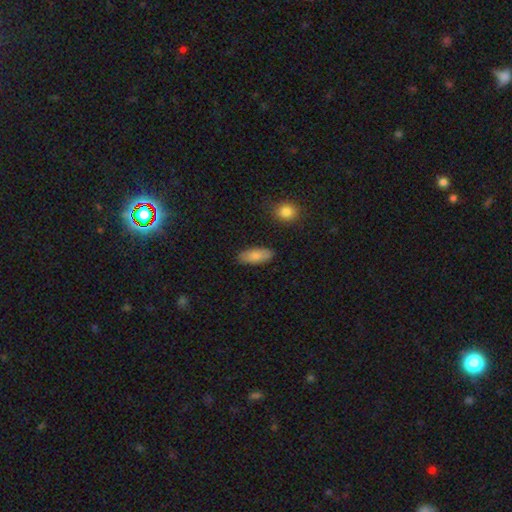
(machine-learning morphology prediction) The model was most divided on "how rounded": in between: 82%, cigar-shaped: 15%, round: 2%. More confident: merging — none (86%); smooth or featured — smooth (84%).